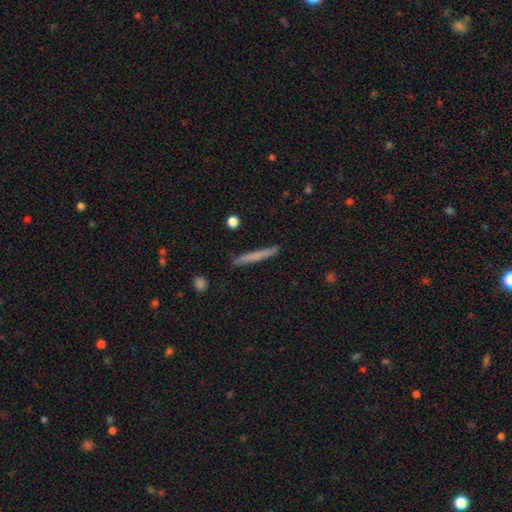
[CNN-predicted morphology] The model was most divided on "smooth or featured": smooth: 66%, featured or disk: 28%, star or artifact: 6%. More confident: how rounded — cigar-shaped (96%); merging — none (90%).